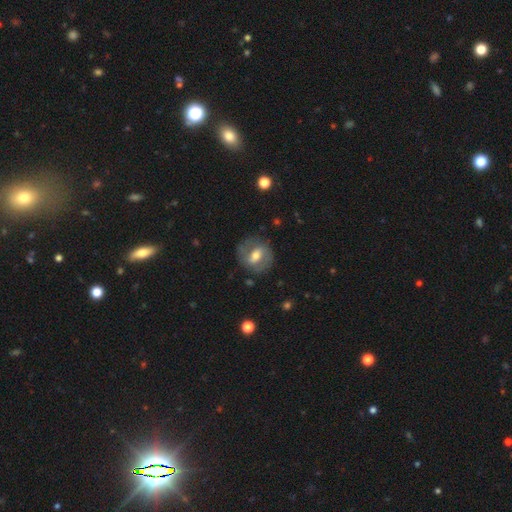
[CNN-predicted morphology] type=featured or disk (61%); edge-on=no (95%); bar=weak (44%); spiral arms=yes (68%); bulge=moderate (67%); merging=none (75%).